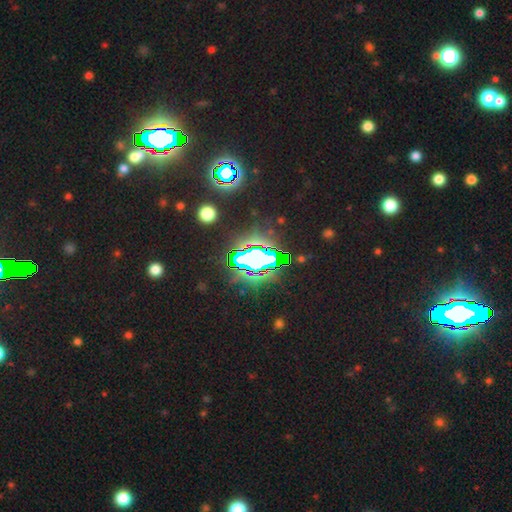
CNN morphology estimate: Smooth or featured? star or artifact (72%)